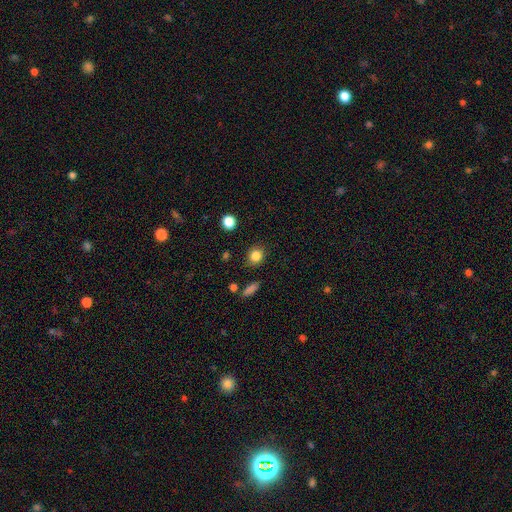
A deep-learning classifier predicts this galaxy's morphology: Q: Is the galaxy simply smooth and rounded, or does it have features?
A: smooth — 84%.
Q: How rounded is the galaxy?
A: round — 78%.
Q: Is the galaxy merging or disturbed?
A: none — 86%.